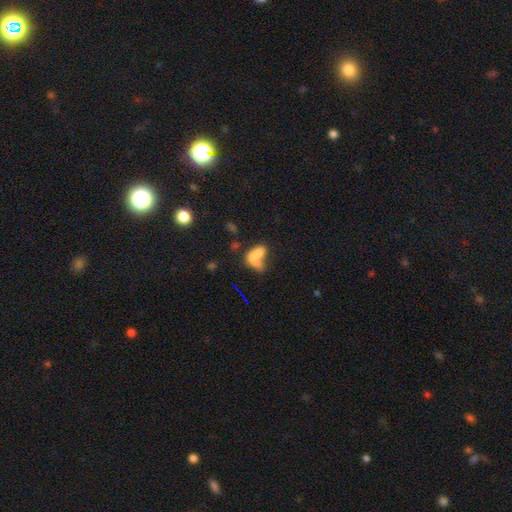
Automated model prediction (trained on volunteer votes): Smooth or featured?
  - smooth: 61% *
  - featured or disk: 27%
  - star or artifact: 12%
How rounded?
  - in between: 71% *
  - round: 22%
  - cigar-shaped: 7%
Merging?
  - merger: 58% *
  - none: 19%
  - major disturbance: 14%
  - minor disturbance: 9%